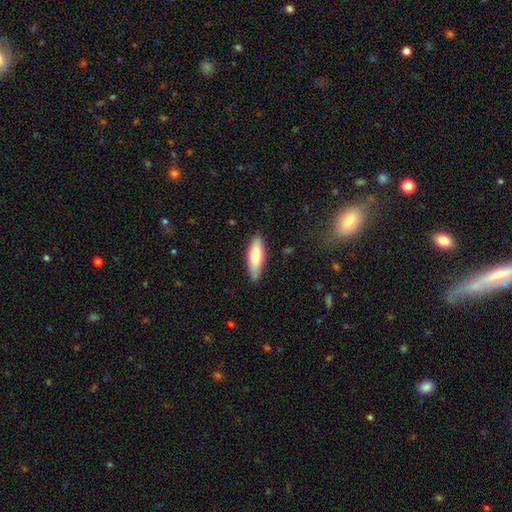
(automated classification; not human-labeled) Smooth or featured? smooth (76%)
How rounded? in between (53%)
Merging? none (84%)